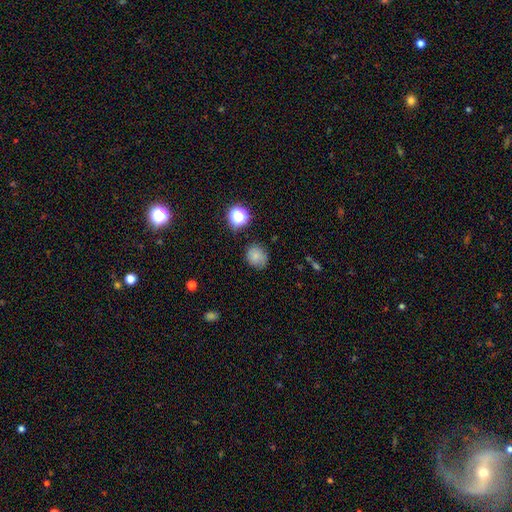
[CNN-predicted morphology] smooth_or_featured: smooth (p=0.76) [alt: star or artifact p=0.14]
how_rounded: round (p=0.73) [alt: in between p=0.26]
merging: none (p=0.74) [alt: minor disturbance p=0.19]